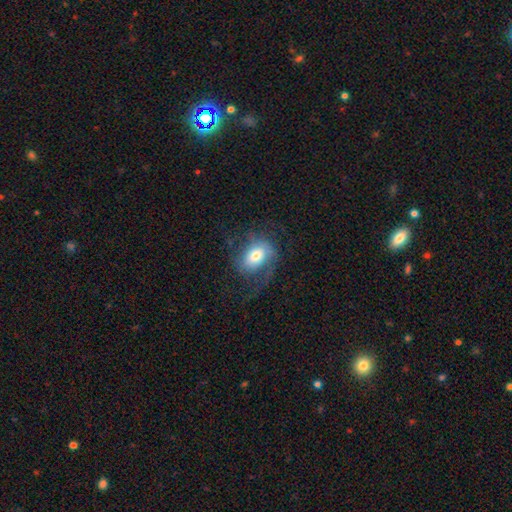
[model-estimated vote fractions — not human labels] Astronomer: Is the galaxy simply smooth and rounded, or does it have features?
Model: smooth — 49% (runner-up: featured or disk, 43%).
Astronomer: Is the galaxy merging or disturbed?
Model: none — 47% (runner-up: major disturbance, 30%).